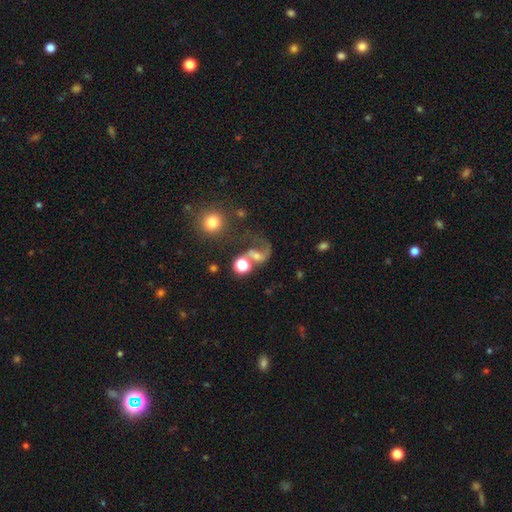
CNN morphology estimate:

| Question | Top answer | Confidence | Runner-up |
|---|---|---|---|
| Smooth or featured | featured or disk | 44% | smooth (39%) |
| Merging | merger | 33% | major disturbance (30%) |